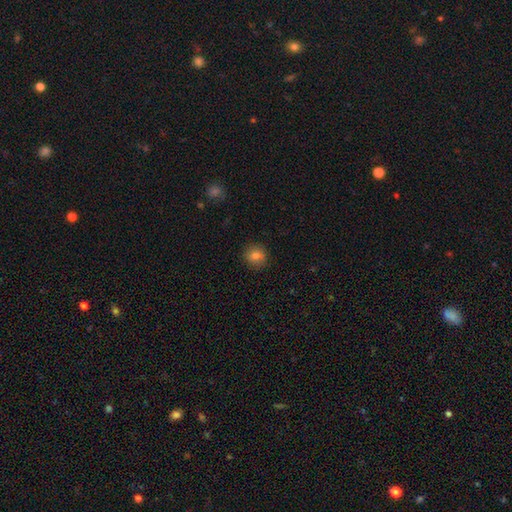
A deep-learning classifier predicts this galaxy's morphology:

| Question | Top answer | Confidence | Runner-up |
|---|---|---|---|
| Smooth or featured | smooth | 80% | star or artifact (11%) |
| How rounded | round | 89% | in between (10%) |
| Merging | none | 90% | minor disturbance (7%) |